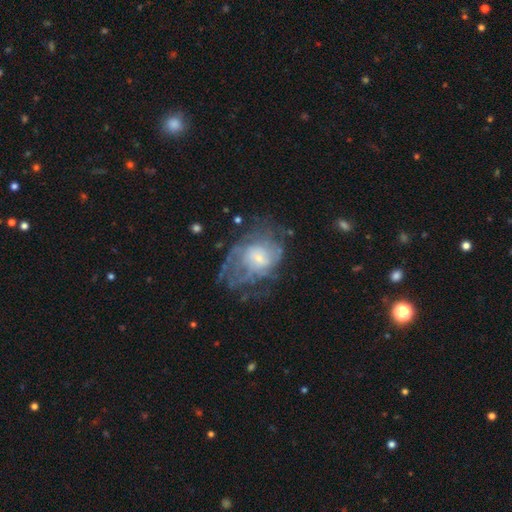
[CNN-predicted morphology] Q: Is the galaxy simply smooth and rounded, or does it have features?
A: featured or disk — 65%.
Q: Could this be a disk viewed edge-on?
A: no — 96%.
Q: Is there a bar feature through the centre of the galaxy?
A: no — 65%.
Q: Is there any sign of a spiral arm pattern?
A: yes — 64%.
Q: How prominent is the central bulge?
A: small — 53%.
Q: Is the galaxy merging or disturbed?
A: none — 52%.